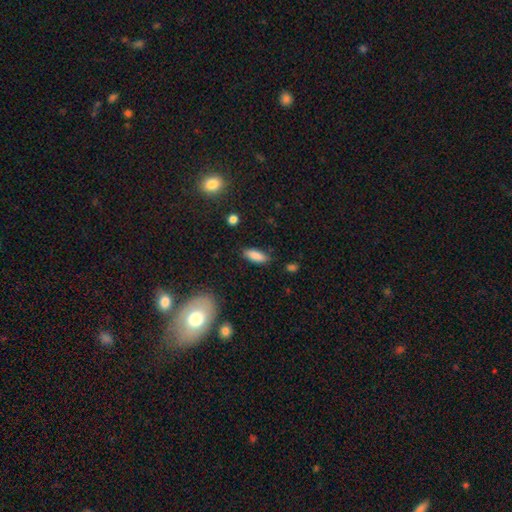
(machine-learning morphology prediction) The model was most divided on "how rounded": in between: 76%, cigar-shaped: 22%, round: 2%. More confident: smooth or featured — smooth (85%); merging — none (82%).